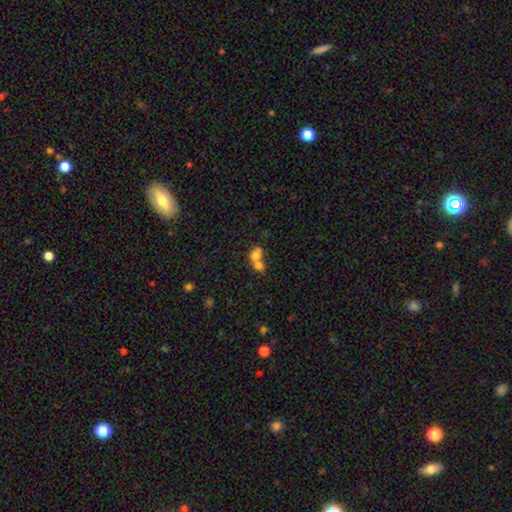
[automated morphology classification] Smooth or featured?
  - smooth: 70% *
  - featured or disk: 18%
  - star or artifact: 12%
How rounded?
  - in between: 50% *
  - round: 48%
  - cigar-shaped: 2%
Merging?
  - merger: 74% *
  - none: 17%
  - minor disturbance: 5%
  - major disturbance: 4%